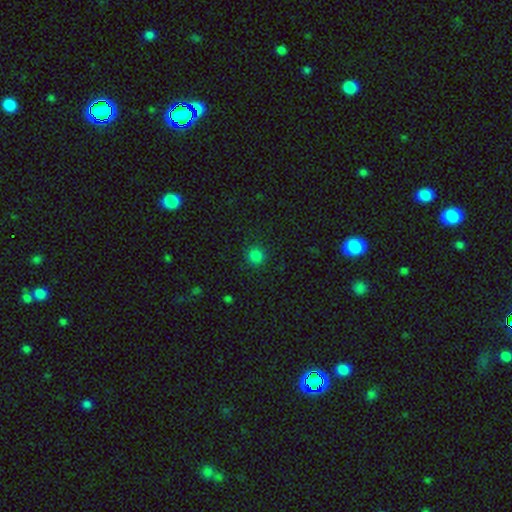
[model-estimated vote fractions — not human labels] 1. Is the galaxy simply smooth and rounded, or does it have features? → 83% smooth, 14% star or artifact, 3% featured or disk.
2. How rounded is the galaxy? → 94% round, 5% in between, 1% cigar-shaped.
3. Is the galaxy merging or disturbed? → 90% none, 6% minor disturbance, 2% major disturbance, 1% merger.